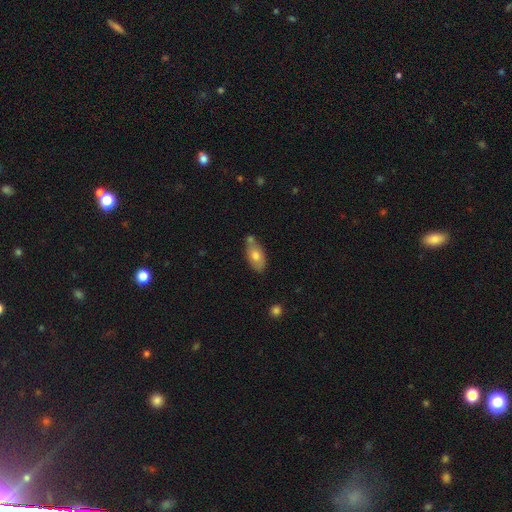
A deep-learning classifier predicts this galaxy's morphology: This is likely a smooth galaxy (70%). How rounded: clearly in between (89%). Merging: possibly none (56%).